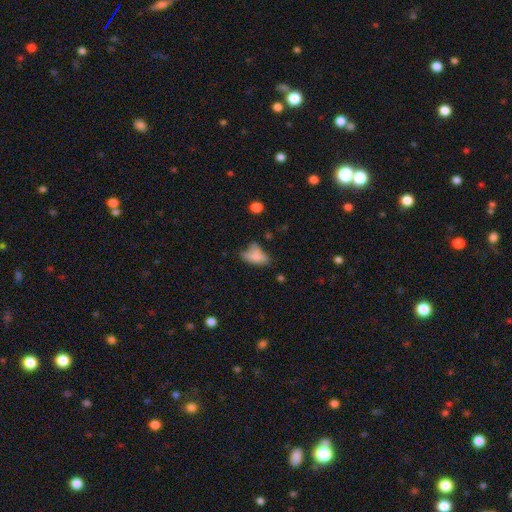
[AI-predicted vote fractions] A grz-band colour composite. It shows a smooth galaxy with no disk features (72%) that is in between round and cigar-shaped (85%). Merging: none (38%).